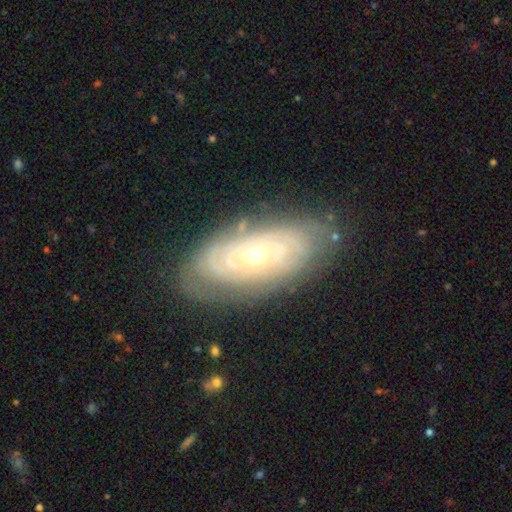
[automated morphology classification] Smooth or featured?
  - featured or disk: 79% *
  - smooth: 15%
  - star or artifact: 6%
Edge-on disk?
  - no: 91% *
  - yes: 9%
Bar?
  - no: 84% *
  - weak: 12%
  - strong: 4%
Spiral arms?
  - yes: 83% *
  - no: 17%
Spiral winding?
  - tight: 82% *
  - medium: 14%
  - loose: 4%
Spiral arm count?
  - can't tell: 55% *
  - 2: 17%
  - 3: 10%
  - 4: 8%
  - more than 4: 6%
  - 1: 4%
Bulge size?
  - small: 53% *
  - moderate: 44%
  - large: 2%
  - dominant: 1%
  - none: 1%
Merging?
  - none: 78% *
  - minor disturbance: 16%
  - major disturbance: 5%
  - merger: 2%